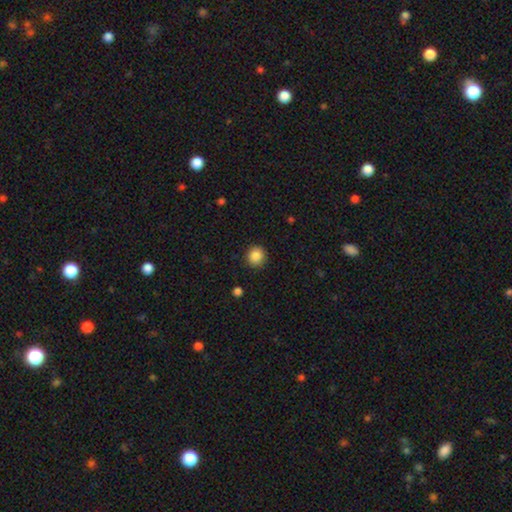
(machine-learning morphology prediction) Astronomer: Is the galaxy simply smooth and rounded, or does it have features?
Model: smooth — 87%.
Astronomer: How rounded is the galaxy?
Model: round — 89%.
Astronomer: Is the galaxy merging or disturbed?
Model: none — 90%.